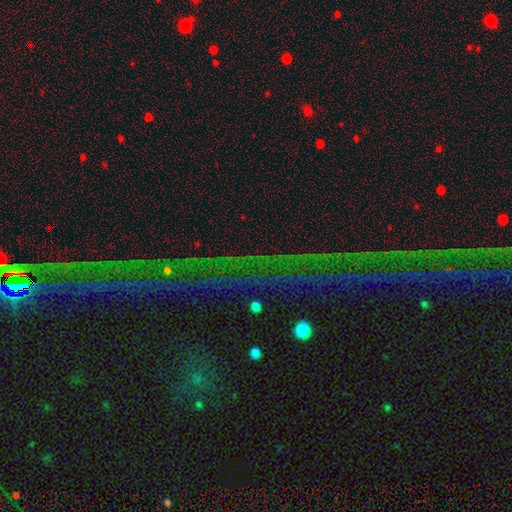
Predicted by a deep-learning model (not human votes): A star or artifact, not a galaxy (80%).